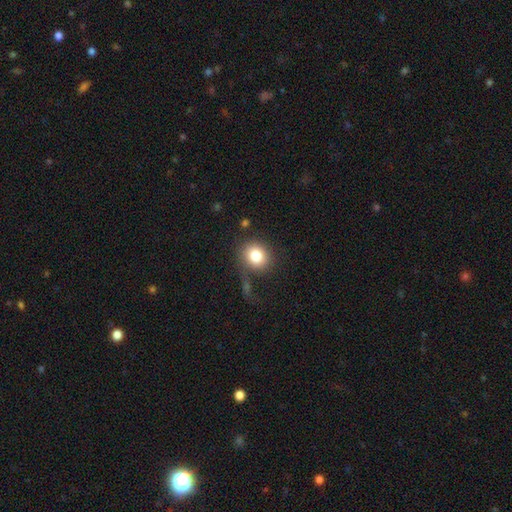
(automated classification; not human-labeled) smooth 81%, star or artifact 10%, featured or disk 9%. Down the decision tree: how rounded — round (75%); merging — none (73%).